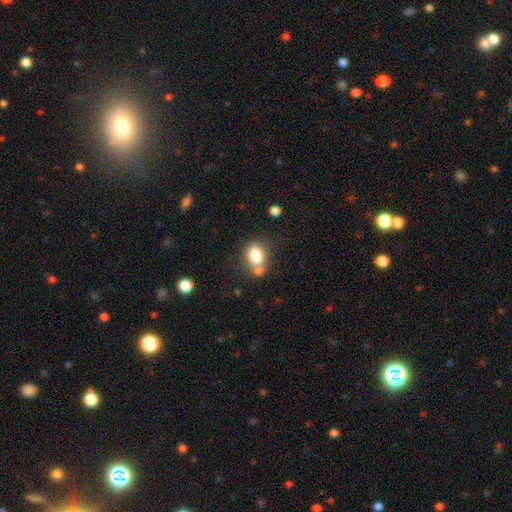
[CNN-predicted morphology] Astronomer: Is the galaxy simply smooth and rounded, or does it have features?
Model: smooth — 80%.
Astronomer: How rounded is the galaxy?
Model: in between — 60% (runner-up: round, 39%).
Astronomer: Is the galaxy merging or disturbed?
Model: none — 53%.